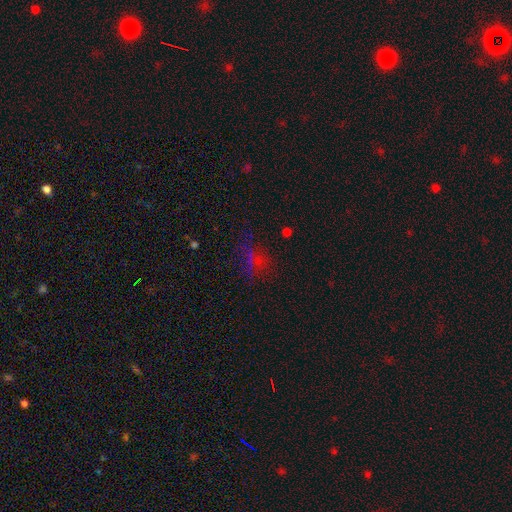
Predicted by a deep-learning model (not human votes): Smooth or featured? Predicted: star or artifact (p=0.42).